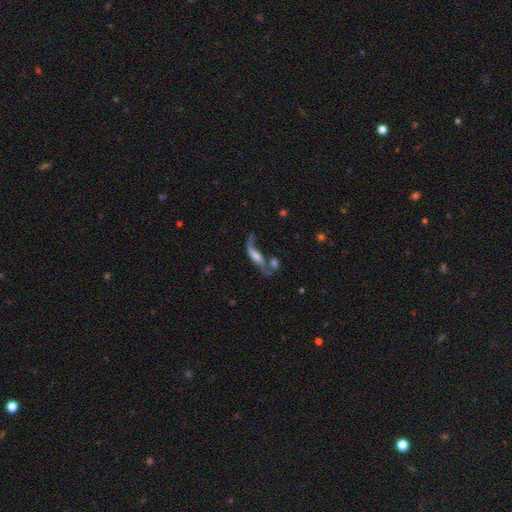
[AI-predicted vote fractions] Smooth or featured? featured or disk (58%)
Edge-on disk? no (67%)
Merging? merger (32%)